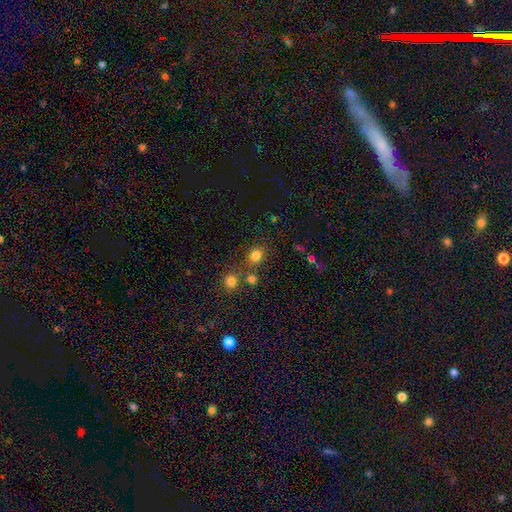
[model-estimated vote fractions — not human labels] Smooth or featured? Predicted: smooth (p=0.80). How rounded? Predicted: round (p=0.74). Merging? Predicted: none (p=0.72).